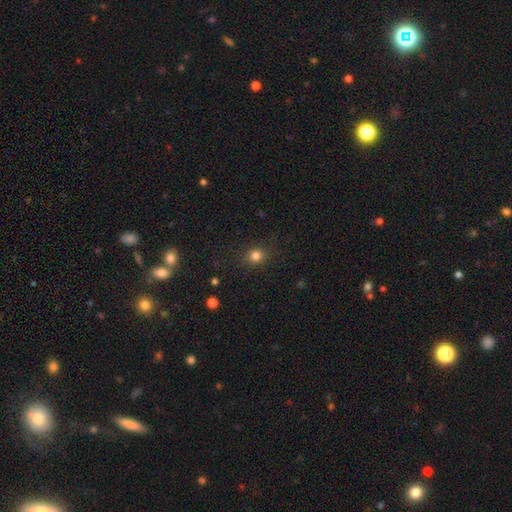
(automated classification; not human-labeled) Smooth or featured?
  - smooth: 81% *
  - star or artifact: 14%
  - featured or disk: 6%
How rounded?
  - round: 81% *
  - in between: 18%
  - cigar-shaped: 1%
Merging?
  - none: 87% *
  - minor disturbance: 9%
  - major disturbance: 3%
  - merger: 1%